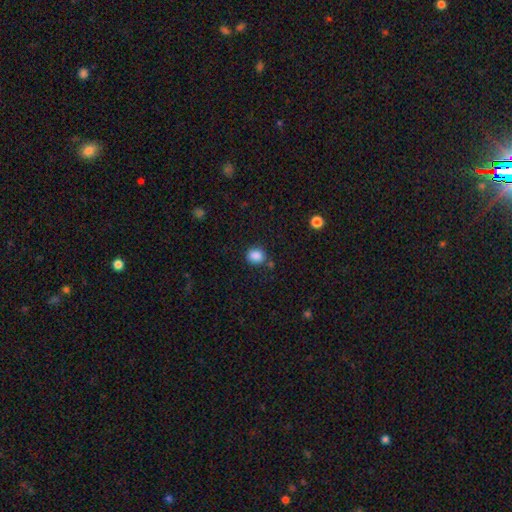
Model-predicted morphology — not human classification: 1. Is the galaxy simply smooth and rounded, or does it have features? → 86% smooth, 10% star or artifact, 4% featured or disk.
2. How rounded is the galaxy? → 69% round, 30% in between, 1% cigar-shaped.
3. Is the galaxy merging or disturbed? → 77% none, 13% minor disturbance, 5% merger, 4% major disturbance.